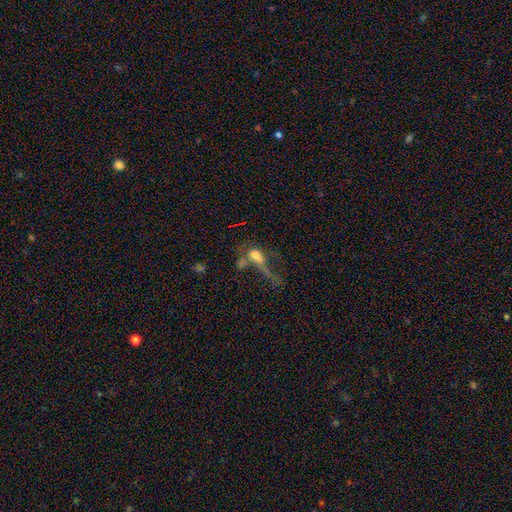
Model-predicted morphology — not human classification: Overall: smooth (51%; featured or disk 33%). How rounded: in between (60%; round 26%). Merging: major disturbance (41%; merger 33%).